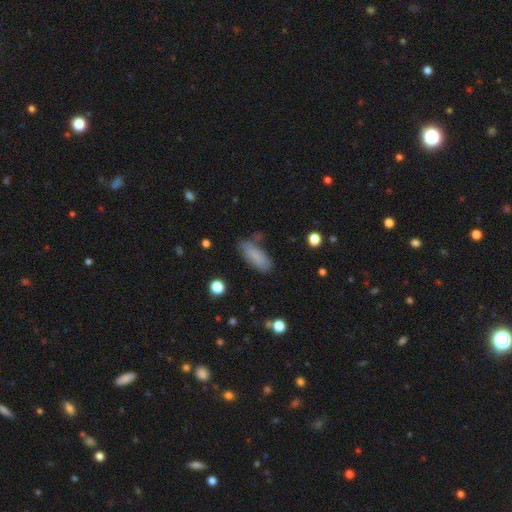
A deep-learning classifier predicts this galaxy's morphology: The model was most divided on "merging": none: 61%, minor disturbance: 26%, major disturbance: 8%, merger: 5%. More confident: smooth or featured — smooth (81%); how rounded — in between (74%).